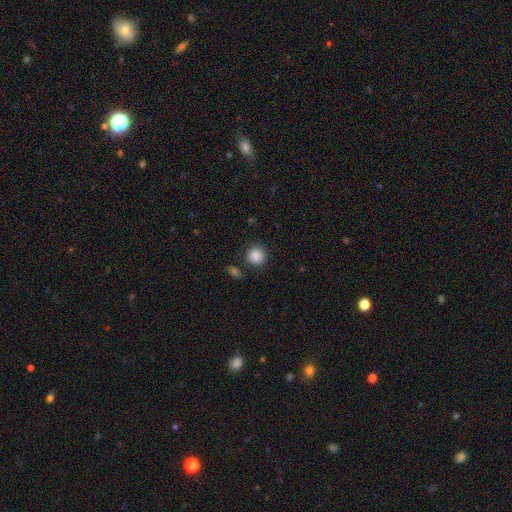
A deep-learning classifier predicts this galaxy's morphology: Smooth or featured?
  - smooth: 87% *
  - star or artifact: 9%
  - featured or disk: 4%
How rounded?
  - round: 92% *
  - in between: 7%
  - cigar-shaped: 1%
Merging?
  - none: 84% *
  - minor disturbance: 9%
  - merger: 4%
  - major disturbance: 3%